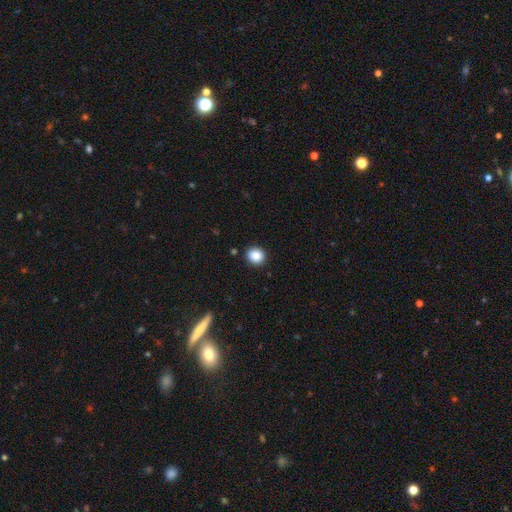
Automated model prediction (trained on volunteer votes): Morphology: type=smooth (87%); roundness=round (87%); merging=none (92%).